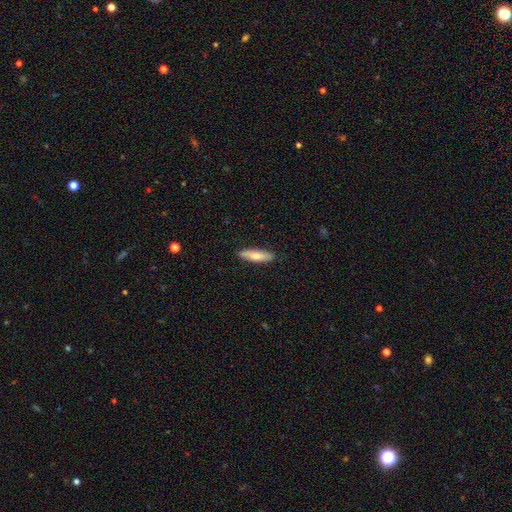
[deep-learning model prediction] smooth 68%, featured or disk 27%, star or artifact 6%. Down the decision tree: how rounded — cigar-shaped (70%); merging — none (89%).